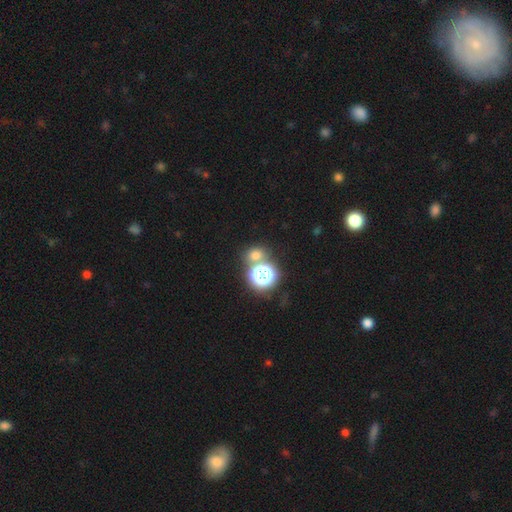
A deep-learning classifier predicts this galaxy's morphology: A smooth galaxy with no disk features (61%) that is round (68%).

Vote fractions:
- Smooth or featured? smooth: 61% / star or artifact: 31% / featured or disk: 8%
- How rounded? round: 68% / in between: 30% / cigar-shaped: 1%
- Merging? none: 60% / merger: 27% / minor disturbance: 9% / major disturbance: 4%